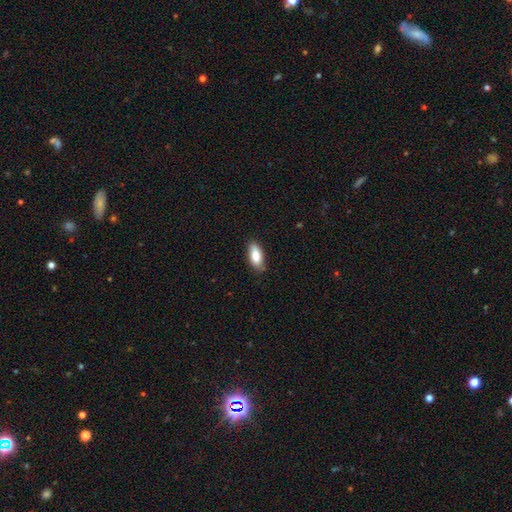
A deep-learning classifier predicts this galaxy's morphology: Overall: smooth (82%). How rounded: in between (82%). Merging: none (81%).